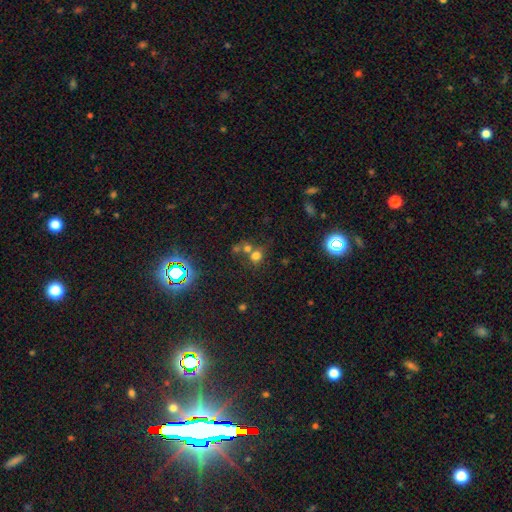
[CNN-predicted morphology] Q: Smooth or featured?
A: smooth (65%); runner-up: star or artifact (24%)
Q: How rounded?
A: round (78%); runner-up: in between (21%)
Q: Merging?
A: none (47%); runner-up: merger (40%)